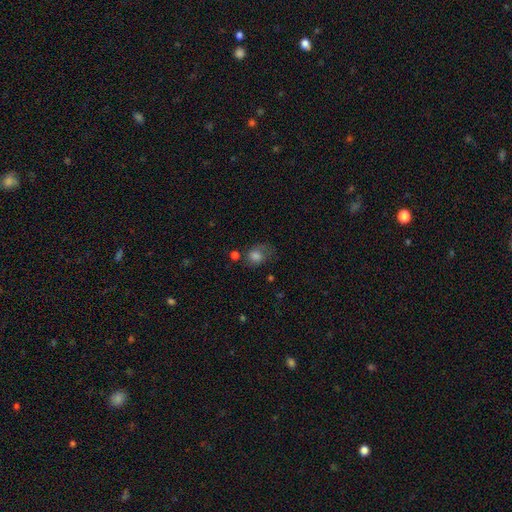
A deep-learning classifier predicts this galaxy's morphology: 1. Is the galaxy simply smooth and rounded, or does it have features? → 73% smooth, 15% featured or disk, 12% star or artifact.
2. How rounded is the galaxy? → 50% round, 49% in between, 1% cigar-shaped.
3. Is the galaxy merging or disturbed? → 38% none, 28% minor disturbance, 27% major disturbance, 7% merger.